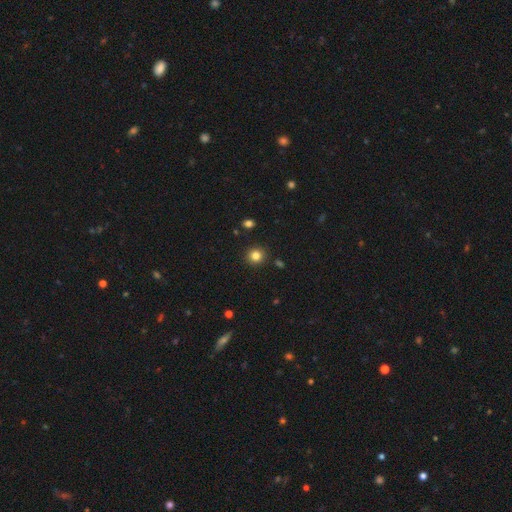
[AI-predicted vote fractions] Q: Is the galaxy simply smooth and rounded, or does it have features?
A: smooth — 82%.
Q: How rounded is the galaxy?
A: round — 92%.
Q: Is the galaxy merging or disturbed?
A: none — 91%.